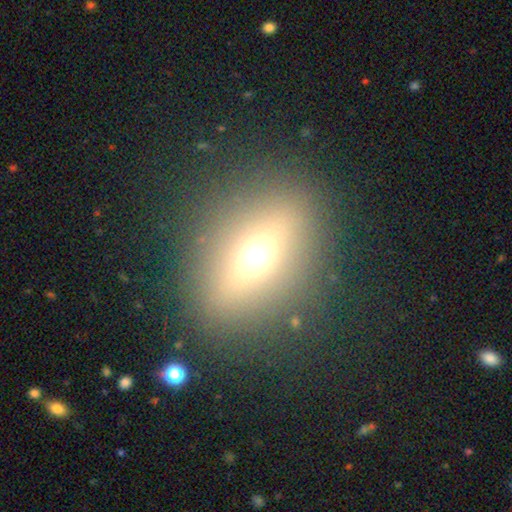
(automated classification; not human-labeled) Smooth or featured?
  - smooth: 47% *
  - featured or disk: 37%
  - star or artifact: 17%
Merging?
  - none: 85% *
  - minor disturbance: 8%
  - major disturbance: 5%
  - merger: 2%